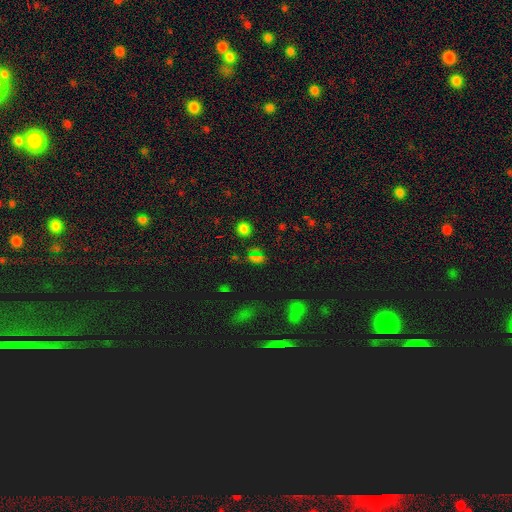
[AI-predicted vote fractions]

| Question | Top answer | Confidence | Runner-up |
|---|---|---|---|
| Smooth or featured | smooth | 50% | star or artifact (39%) |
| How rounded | in between | 57% | round (33%) |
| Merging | none | 75% | minor disturbance (13%) |